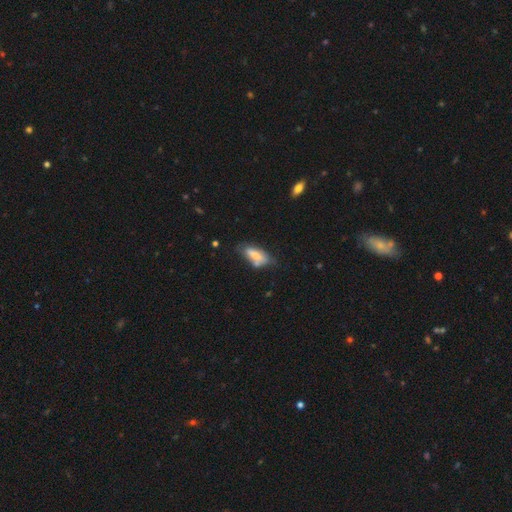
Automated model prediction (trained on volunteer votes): The model was most divided on "merging": none: 53%, minor disturbance: 30%, merger: 9%, major disturbance: 8%. More confident: how rounded — in between (77%); smooth or featured — smooth (70%).